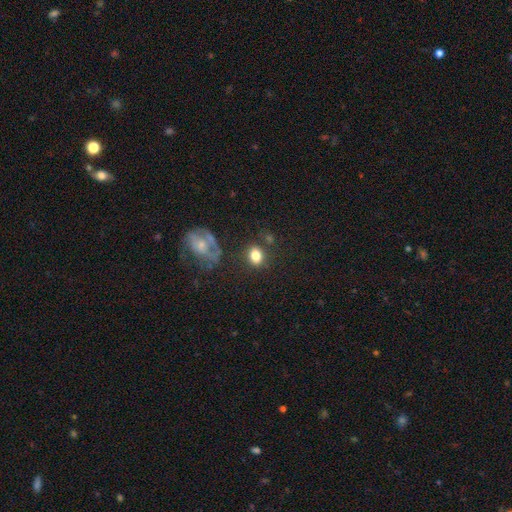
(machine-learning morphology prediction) smooth-or-featured: smooth: 80% | featured or disk: 10% | star or artifact: 10%
  how-rounded: in between: 58% | round: 41% | cigar-shaped: 2%
  merging: none: 74% | minor disturbance: 15% | merger: 6% | major disturbance: 6%